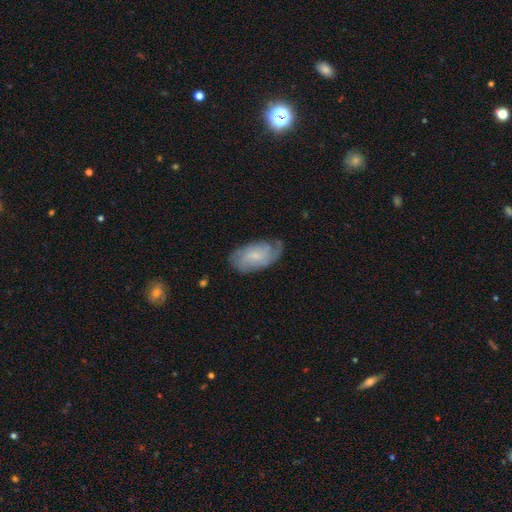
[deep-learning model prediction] The model was most divided on "bar": no: 55%, weak: 39%, strong: 6%. More confident: edge-on disk — no (94%); spiral arms — yes (87%); merging — none (64%); bulge size — small (60%); smooth or featured — featured or disk (57%).